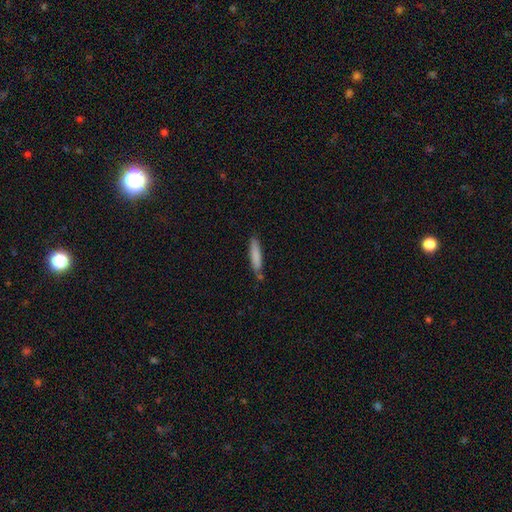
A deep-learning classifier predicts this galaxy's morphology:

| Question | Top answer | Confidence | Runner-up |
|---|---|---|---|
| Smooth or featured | smooth | 81% | featured or disk (13%) |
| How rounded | cigar-shaped | 85% | in between (14%) |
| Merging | none | 74% | minor disturbance (16%) |